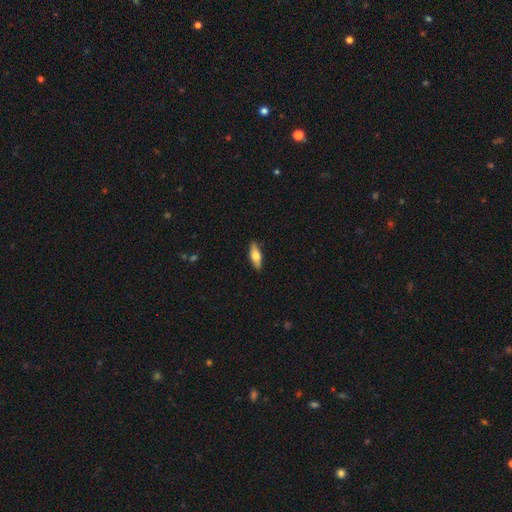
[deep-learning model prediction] smooth-or-featured: smooth: 59% | featured or disk: 35% | star or artifact: 6%
  how-rounded: in between: 57% | cigar-shaped: 41% | round: 3%
  merging: none: 88% | minor disturbance: 9% | major disturbance: 2% | merger: 1%